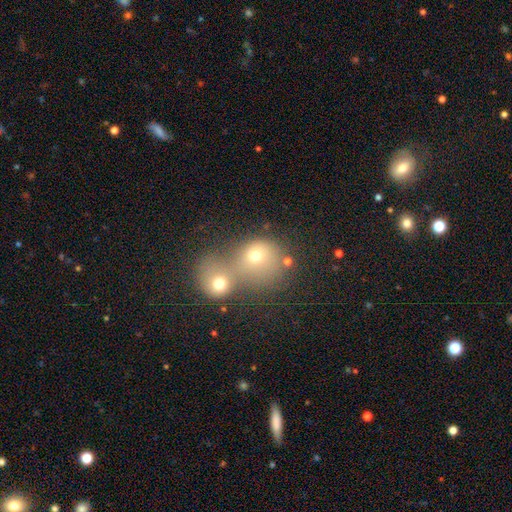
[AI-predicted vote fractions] Smooth or featured: smooth — 65% (featured or disk — 18%)
How rounded: round — 80% (in between — 19%)
Merging: merger — 72% (none — 19%)